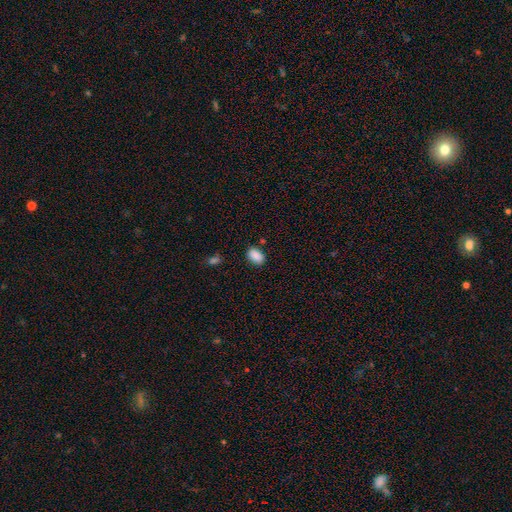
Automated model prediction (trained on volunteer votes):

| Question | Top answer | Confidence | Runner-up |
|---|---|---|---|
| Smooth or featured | smooth | 88% | star or artifact (8%) |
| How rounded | in between | 88% | round (11%) |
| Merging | none | 81% | minor disturbance (13%) |